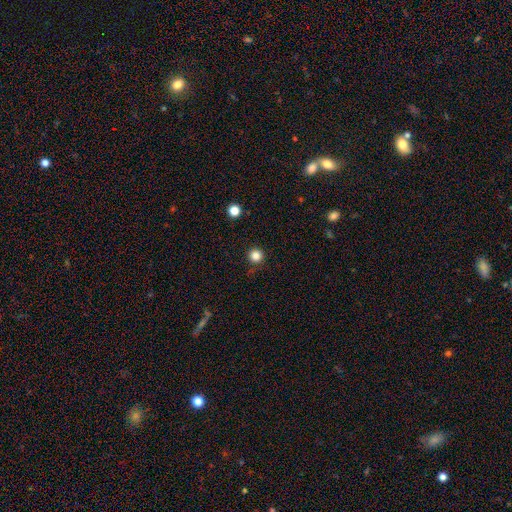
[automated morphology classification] A smooth galaxy with no disk features (84%) that is round (96%).

Vote fractions:
- Smooth or featured? smooth: 84% / star or artifact: 12% / featured or disk: 4%
- How rounded? round: 96% / in between: 3% / cigar-shaped: 1%
- Merging? none: 90% / minor disturbance: 7% / major disturbance: 2% / merger: 1%